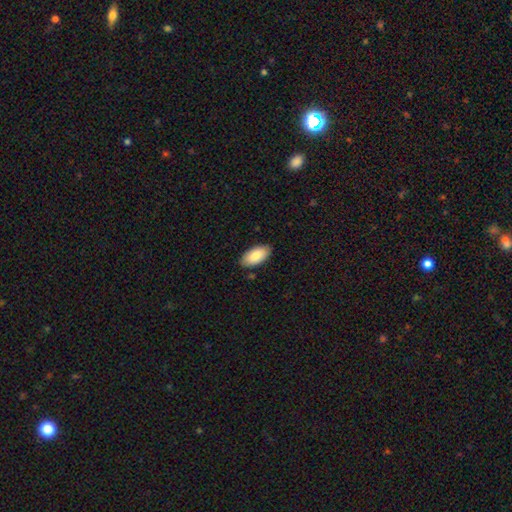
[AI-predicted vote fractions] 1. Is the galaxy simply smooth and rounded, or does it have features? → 84% smooth, 10% featured or disk, 6% star or artifact.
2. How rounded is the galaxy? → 94% in between, 4% cigar-shaped, 2% round.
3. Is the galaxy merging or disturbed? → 86% none, 11% minor disturbance, 2% major disturbance, 1% merger.